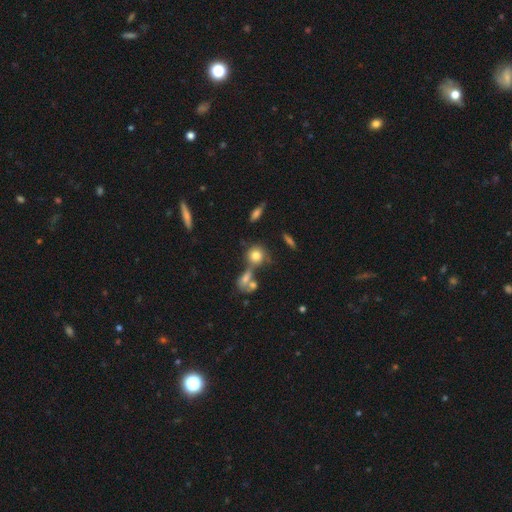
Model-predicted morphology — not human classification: This is likely a smooth galaxy (75%). How rounded: likely round (80%). Merging: possibly none (50%).